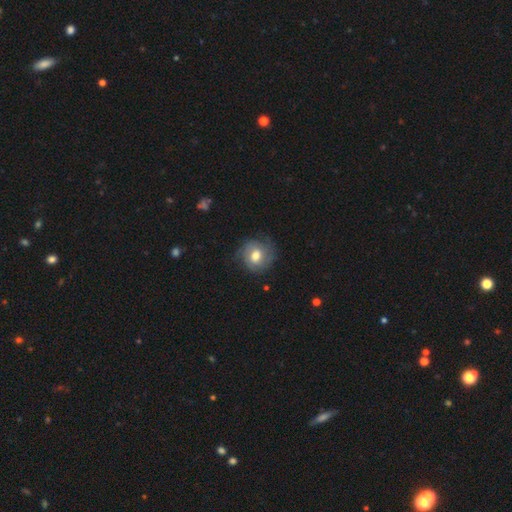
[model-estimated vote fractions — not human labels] A featured or disk galaxy (51%). Merging: none (72%).